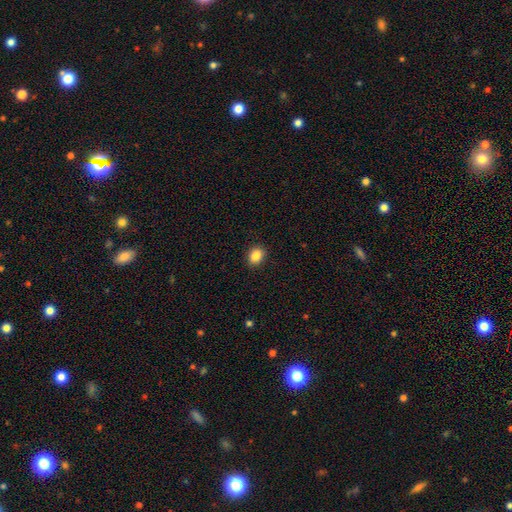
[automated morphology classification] Q: Smooth or featured?
A: smooth (87%); runner-up: star or artifact (9%)
Q: How rounded?
A: in between (59%); runner-up: round (40%)
Q: Merging?
A: none (89%); runner-up: minor disturbance (8%)